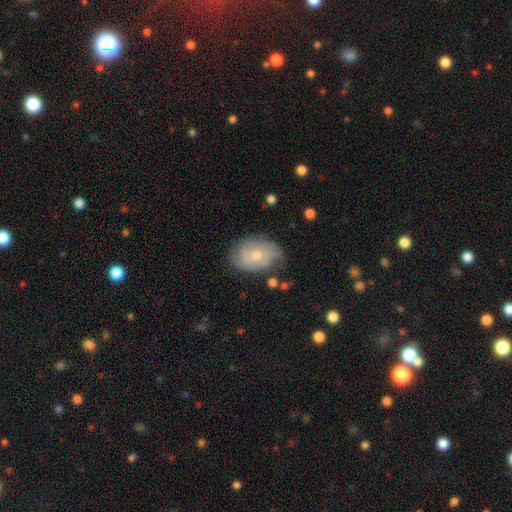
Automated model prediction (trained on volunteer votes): A featured or disk galaxy (66%) with no bar (73%), tight (50%) spiral arms (86%) and a moderate central bulge (49%).

Vote fractions:
- Smooth or featured? featured or disk: 66% / smooth: 27% / star or artifact: 7%
- Edge-on disk? no: 96% / yes: 4%
- Bar? no: 73% / weak: 24% / strong: 3%
- Spiral arms? yes: 86% / no: 14%
- Spiral winding? tight: 50% / medium: 35% / loose: 14%
- Spiral arm count? can't tell: 37% / 2: 28% / 3: 19% / 4: 7% / 1: 5% / more than 4: 4%
- Bulge size? moderate: 49% / small: 47% / none: 2% / large: 2% / dominant: 1%
- Merging? none: 68% / minor disturbance: 23% / major disturbance: 7% / merger: 2%